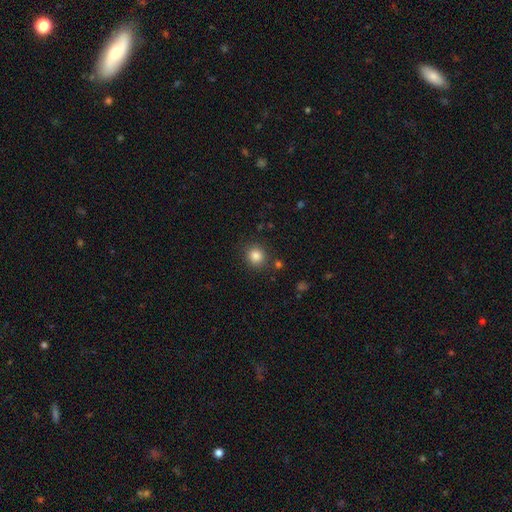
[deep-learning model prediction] Smooth or featured? smooth (85%)
How rounded? round (88%)
Merging? none (85%)